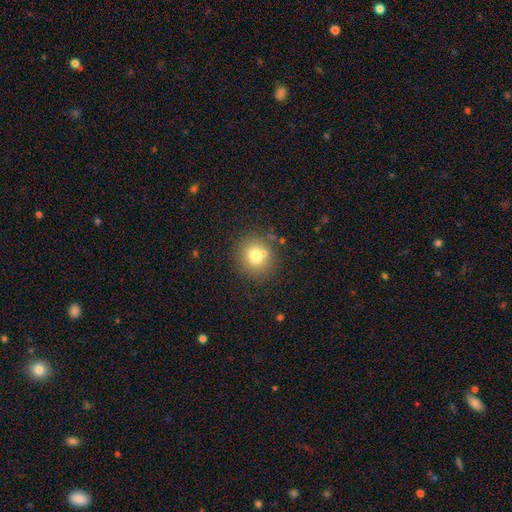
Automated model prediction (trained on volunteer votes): Morphology: type=smooth (73%); roundness=round (87%); merging=none (74%).